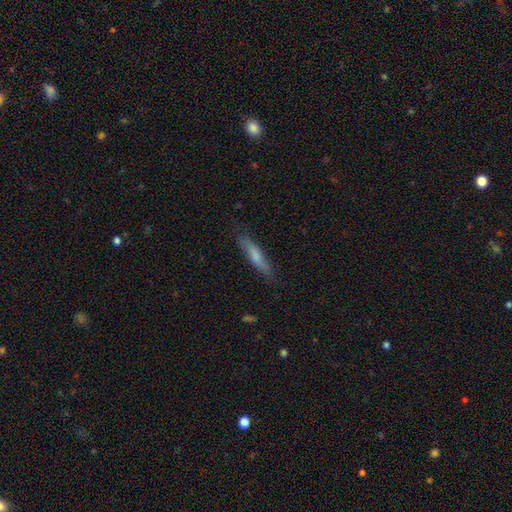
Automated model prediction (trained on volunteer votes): Morphology: type=smooth (70%); roundness=cigar-shaped (86%); merging=none (81%).